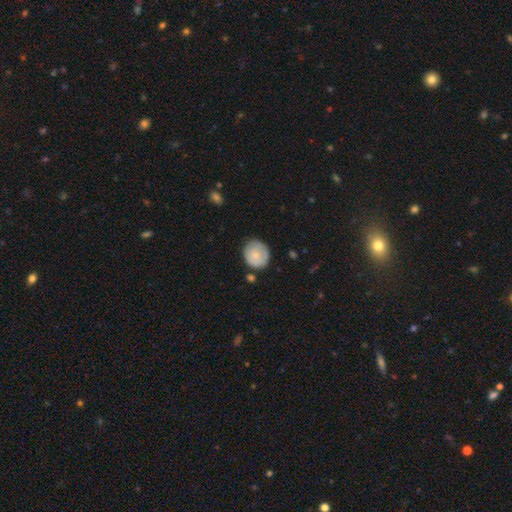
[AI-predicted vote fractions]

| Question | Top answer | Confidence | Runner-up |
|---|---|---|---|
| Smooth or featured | smooth | 73% | featured or disk (21%) |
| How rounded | round | 83% | in between (16%) |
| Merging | none | 72% | minor disturbance (20%) |